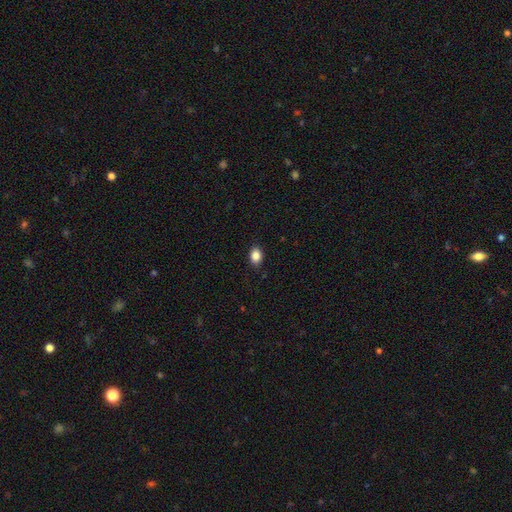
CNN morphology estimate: smooth-or-featured: smooth: 86% | star or artifact: 9% | featured or disk: 4%
  how-rounded: in between: 70% | round: 29% | cigar-shaped: 1%
  merging: none: 88% | minor disturbance: 9% | major disturbance: 2% | merger: 1%